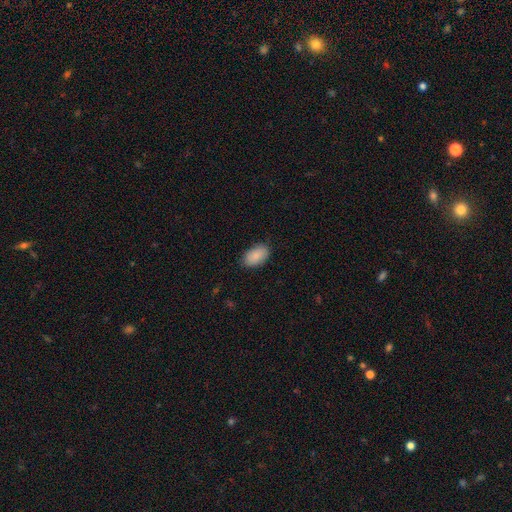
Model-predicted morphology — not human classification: Smooth or featured?
  - smooth: 88% *
  - star or artifact: 7%
  - featured or disk: 5%
How rounded?
  - in between: 94% *
  - round: 5%
  - cigar-shaped: 1%
Merging?
  - none: 85% *
  - minor disturbance: 12%
  - major disturbance: 2%
  - merger: 1%